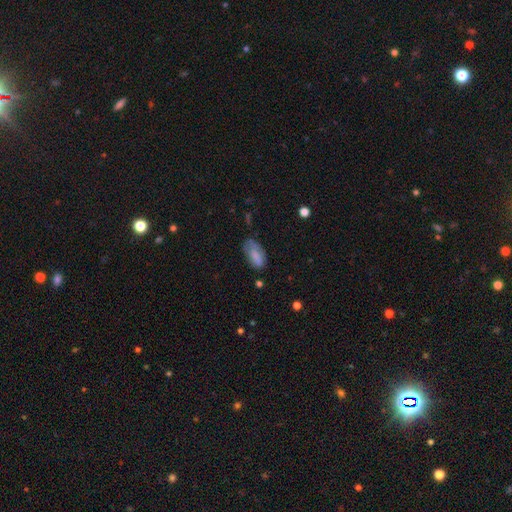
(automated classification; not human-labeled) The model was most divided on "merging": none: 53%, minor disturbance: 32%, major disturbance: 13%, merger: 2%. More confident: how rounded — in between (91%); smooth or featured — smooth (76%).